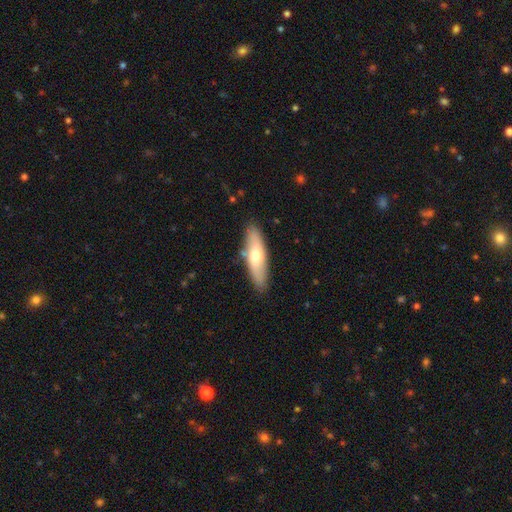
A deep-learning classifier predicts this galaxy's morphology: Smooth or featured? smooth (60%)
How rounded? cigar-shaped (54%)
Merging? none (84%)